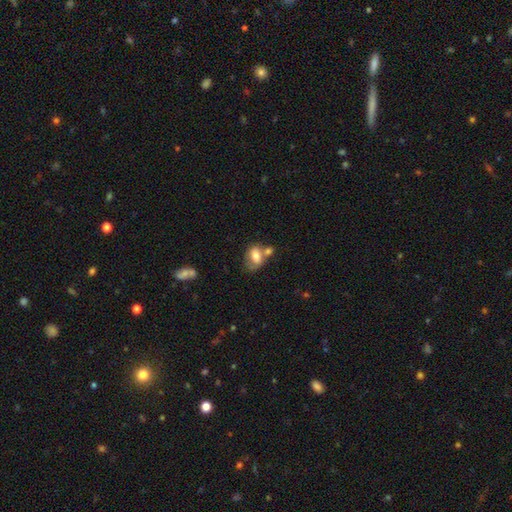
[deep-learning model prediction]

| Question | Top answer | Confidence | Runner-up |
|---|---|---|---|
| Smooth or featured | smooth | 70% | featured or disk (22%) |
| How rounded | in between | 80% | round (18%) |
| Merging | merger | 38% | none (35%) |